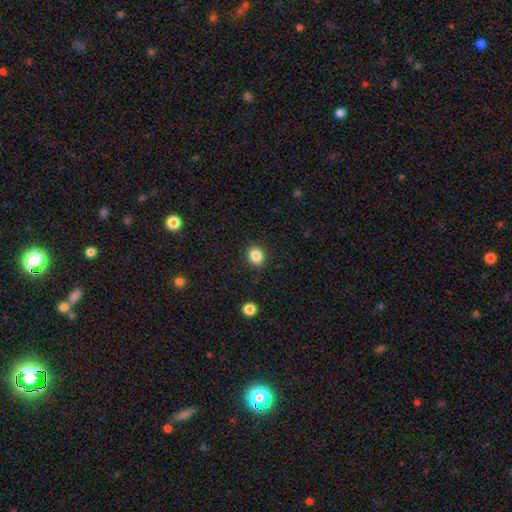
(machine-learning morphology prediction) A smooth galaxy with no disk features (85%) that is round (58%).

Vote fractions:
- Smooth or featured? smooth: 85% / star or artifact: 10% / featured or disk: 4%
- How rounded? round: 58% / in between: 41% / cigar-shaped: 1%
- Merging? none: 88% / minor disturbance: 9% / major disturbance: 2% / merger: 1%